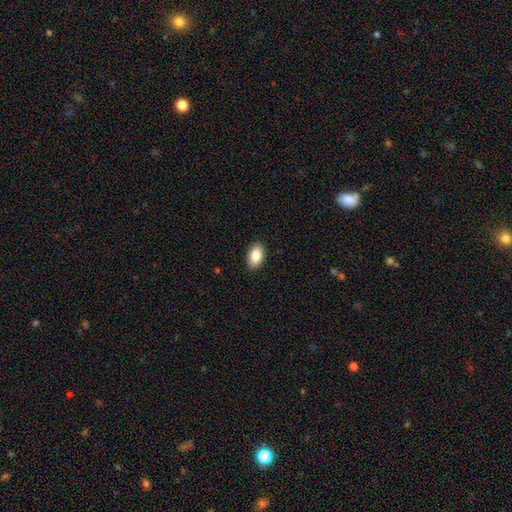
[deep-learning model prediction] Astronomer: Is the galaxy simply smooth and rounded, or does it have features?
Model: smooth — 84%.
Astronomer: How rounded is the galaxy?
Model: in between — 93%.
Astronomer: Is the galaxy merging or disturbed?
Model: none — 90%.